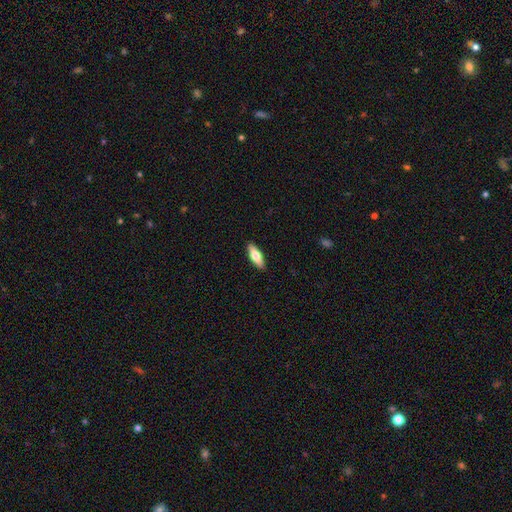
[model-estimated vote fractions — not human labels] Smooth or featured? smooth (64%)
How rounded? in between (54%)
Merging? none (90%)